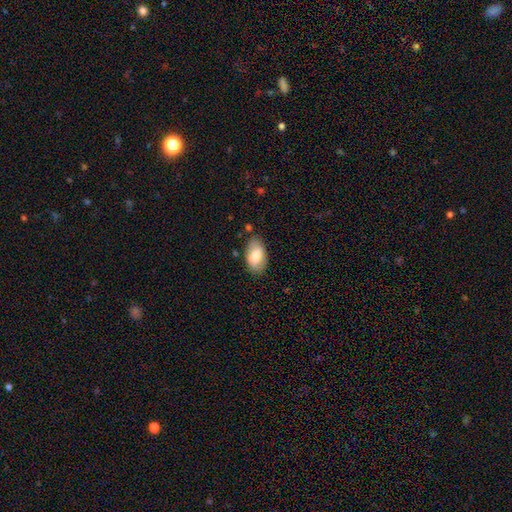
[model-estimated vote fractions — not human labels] Overall: smooth (76%). How rounded: in between (94%). Merging: none (79%).